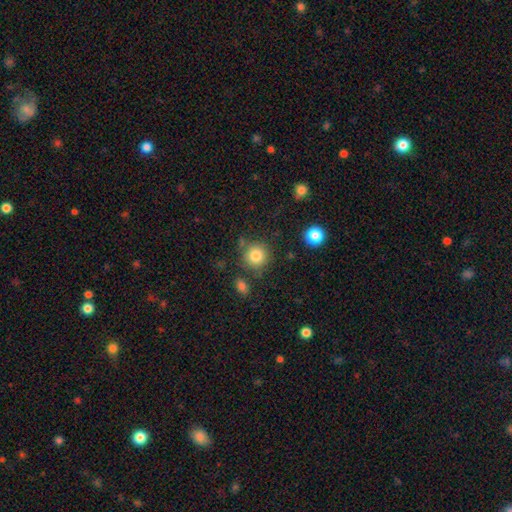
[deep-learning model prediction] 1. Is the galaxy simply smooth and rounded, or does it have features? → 83% smooth, 10% star or artifact, 6% featured or disk.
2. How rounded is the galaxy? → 91% round, 8% in between, 1% cigar-shaped.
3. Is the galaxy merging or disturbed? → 79% none, 10% minor disturbance, 7% merger, 4% major disturbance.